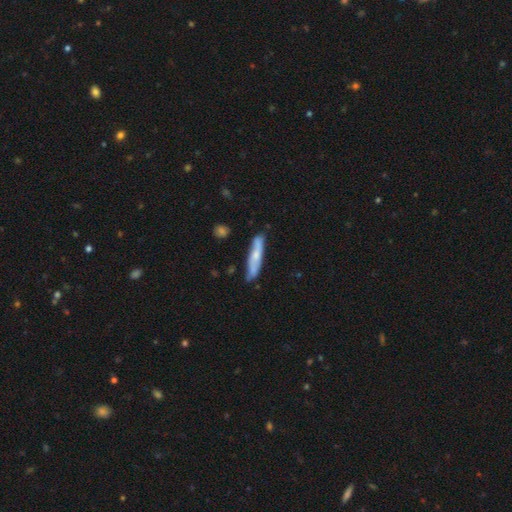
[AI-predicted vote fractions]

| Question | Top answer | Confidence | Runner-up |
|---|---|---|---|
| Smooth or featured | smooth | 50% | featured or disk (44%) |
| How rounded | cigar-shaped | 83% | in between (15%) |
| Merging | none | 77% | minor disturbance (17%) |